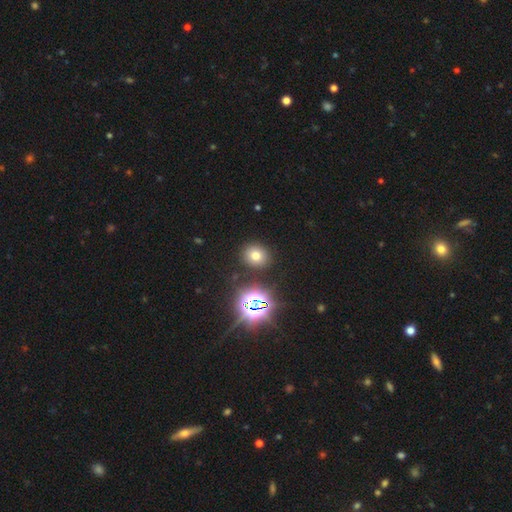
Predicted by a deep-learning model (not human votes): This is likely a smooth galaxy (68%). How rounded: likely round (78%). Merging: clearly none (87%).